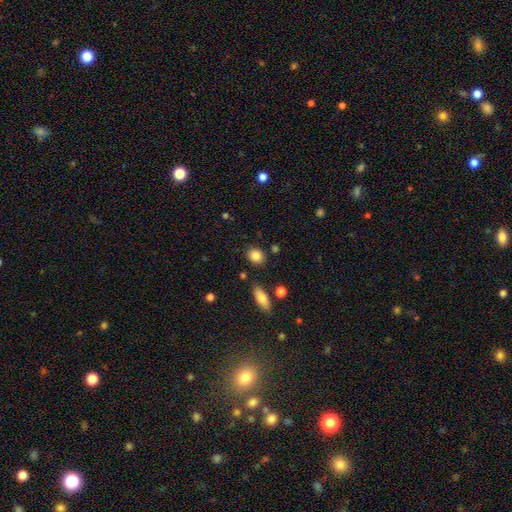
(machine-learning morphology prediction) smooth 85%, star or artifact 9%, featured or disk 6%. Down the decision tree: how rounded — round (64%); merging — none (83%).